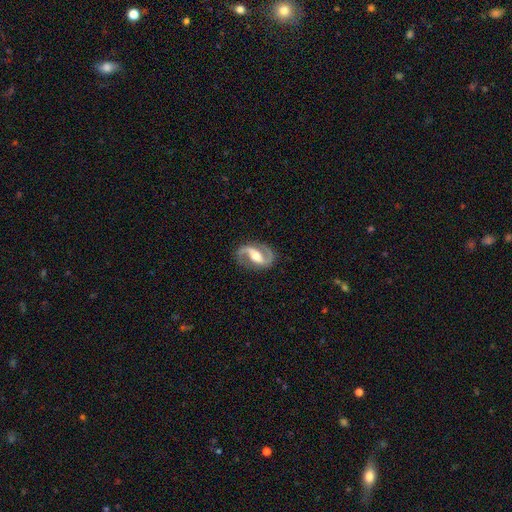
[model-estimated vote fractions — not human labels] Smooth or featured: featured or disk — 90% (smooth — 6%)
Edge-on disk: no — 97% (yes — 3%)
Bar: strong — 41% (weak — 39%)
Spiral arms: yes — 97% (no — 3%)
Spiral winding: medium — 50% (loose — 35%)
Spiral arm count: 2 — 93% (1 — 2%)
Bulge size: moderate — 68% (small — 16%)
Merging: none — 83% (minor disturbance — 11%)